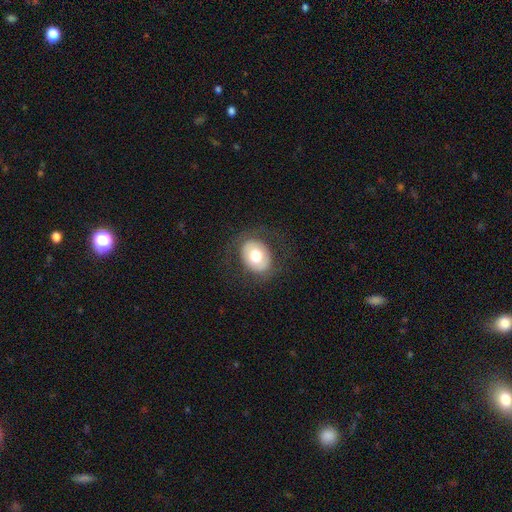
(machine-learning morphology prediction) type=smooth (63%); roundness=in between (54%); merging=none (79%).